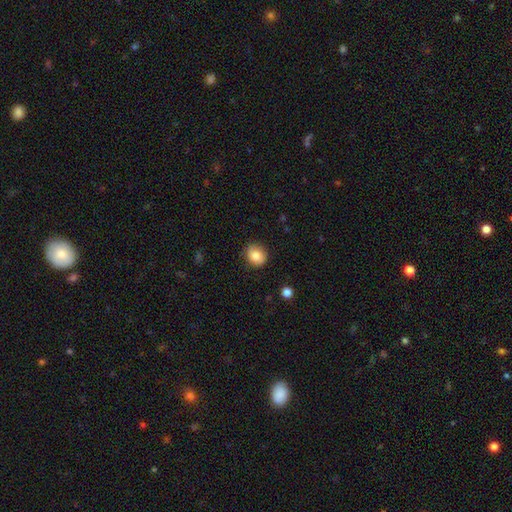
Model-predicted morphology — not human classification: type=smooth (84%); roundness=round (68%); merging=none (81%).